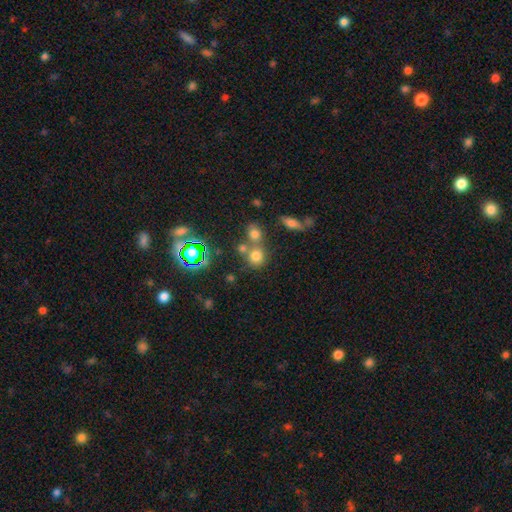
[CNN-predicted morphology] The model was most divided on "merging": none: 53%, merger: 34%, minor disturbance: 9%, major disturbance: 4%. More confident: how rounded — round (82%); smooth or featured — smooth (69%).